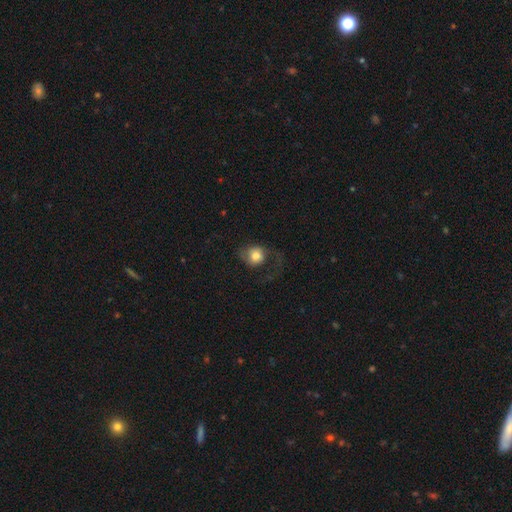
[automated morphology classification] Smooth or featured? smooth (66%)
How rounded? round (72%)
Merging? major disturbance (45%)